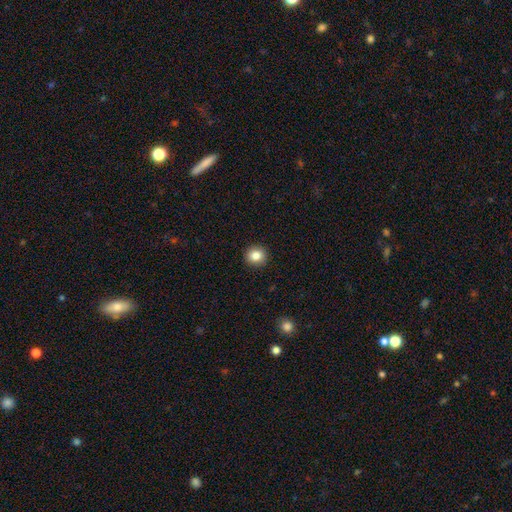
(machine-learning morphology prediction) A smooth galaxy with no disk features (85%) that is round (88%).

Vote fractions:
- Smooth or featured? smooth: 85% / star or artifact: 10% / featured or disk: 6%
- How rounded? round: 88% / in between: 11% / cigar-shaped: 1%
- Merging? none: 92% / minor disturbance: 5% / major disturbance: 2% / merger: 1%